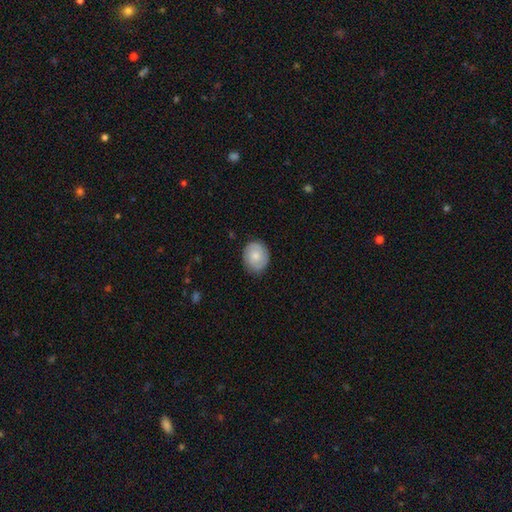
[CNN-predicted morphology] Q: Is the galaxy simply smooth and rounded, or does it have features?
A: smooth — 63%.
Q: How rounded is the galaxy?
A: round — 64%.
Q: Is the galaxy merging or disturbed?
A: none — 83%.